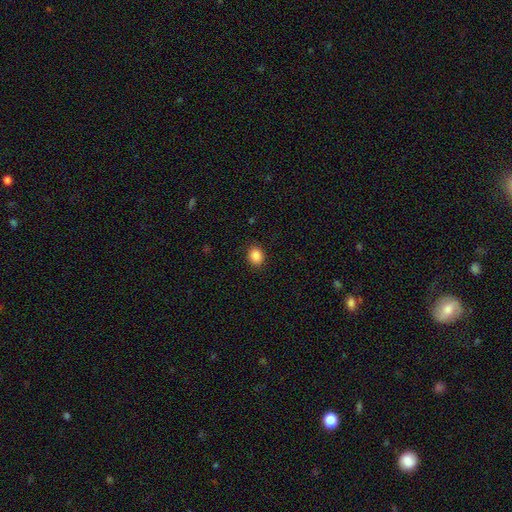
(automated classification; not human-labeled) Q: Smooth or featured?
A: smooth (87%); runner-up: star or artifact (9%)
Q: How rounded?
A: round (60%); runner-up: in between (39%)
Q: Merging?
A: none (89%); runner-up: minor disturbance (8%)